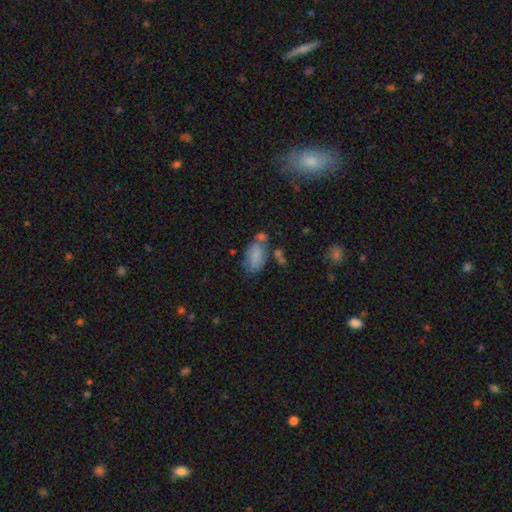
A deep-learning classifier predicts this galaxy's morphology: smooth_or_featured: smooth (p=0.76) [alt: featured or disk p=0.15]
how_rounded: in between (p=0.92) [alt: round p=0.05]
merging: none (p=0.46) [alt: minor disturbance p=0.24]